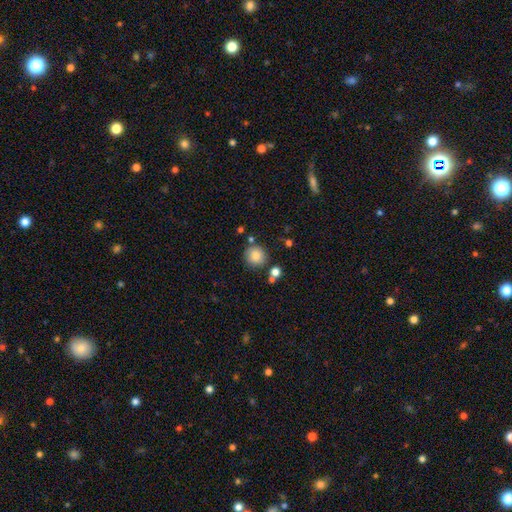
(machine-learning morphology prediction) Smooth or featured? smooth (84%)
How rounded? round (92%)
Merging? none (81%)